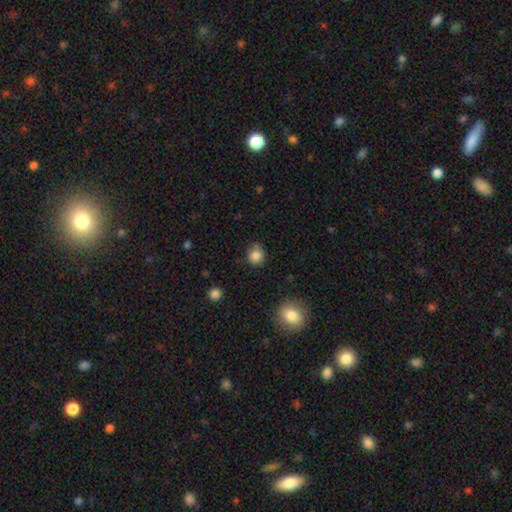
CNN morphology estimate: smooth 84%, star or artifact 11%, featured or disk 5%. Down the decision tree: how rounded — round (86%); merging — none (76%).